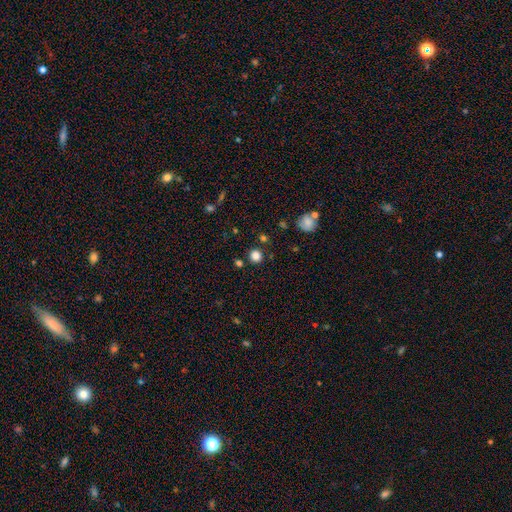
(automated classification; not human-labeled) smooth-or-featured: smooth: 82% | star or artifact: 14% | featured or disk: 4%
  how-rounded: round: 90% | in between: 9% | cigar-shaped: 1%
  merging: none: 85% | minor disturbance: 7% | merger: 5% | major disturbance: 3%